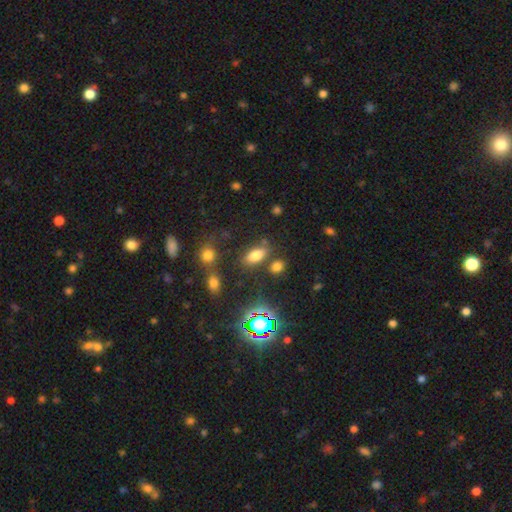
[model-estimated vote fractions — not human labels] Overall: smooth (73%). How rounded: in between (81%). Merging: none (72%).